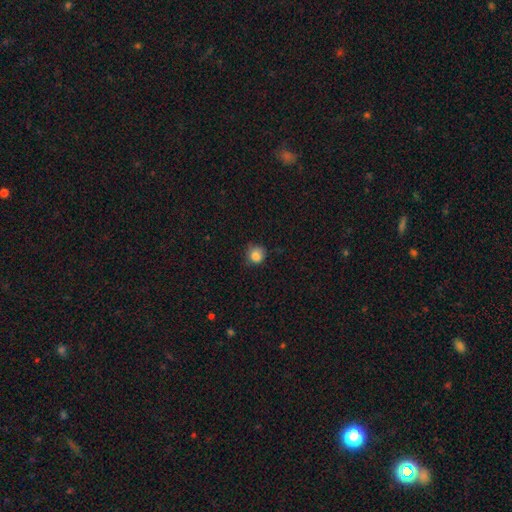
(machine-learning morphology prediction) A smooth galaxy with no disk features (84%) that is round (88%).

Vote fractions:
- Smooth or featured? smooth: 84% / star or artifact: 11% / featured or disk: 5%
- How rounded? round: 88% / in between: 11% / cigar-shaped: 1%
- Merging? none: 70% / minor disturbance: 24% / major disturbance: 5% / merger: 1%